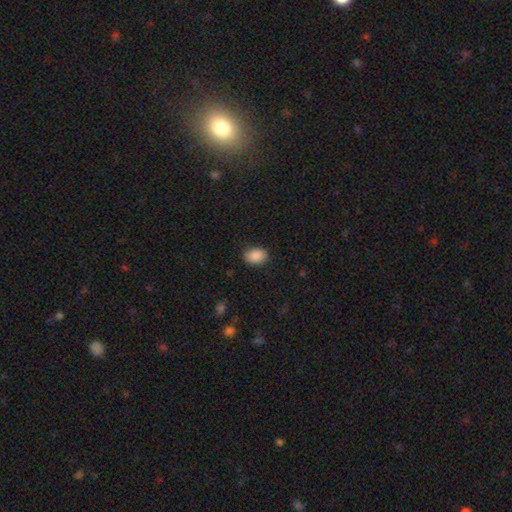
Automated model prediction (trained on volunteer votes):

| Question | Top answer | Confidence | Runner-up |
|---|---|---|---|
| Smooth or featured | smooth | 89% | star or artifact (8%) |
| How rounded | in between | 80% | round (19%) |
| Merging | none | 87% | minor disturbance (10%) |